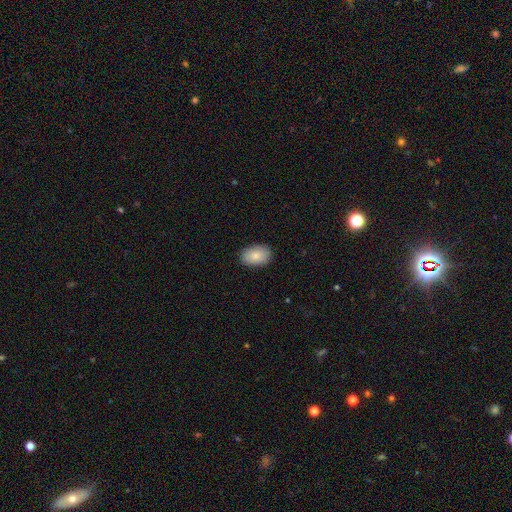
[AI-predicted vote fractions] A smooth galaxy with no disk features (86%) that is in between round and cigar-shaped (88%).

Vote fractions:
- Smooth or featured? smooth: 86% / featured or disk: 7% / star or artifact: 7%
- How rounded? in between: 88% / round: 11% / cigar-shaped: 1%
- Merging? none: 88% / minor disturbance: 9% / major disturbance: 2% / merger: 1%